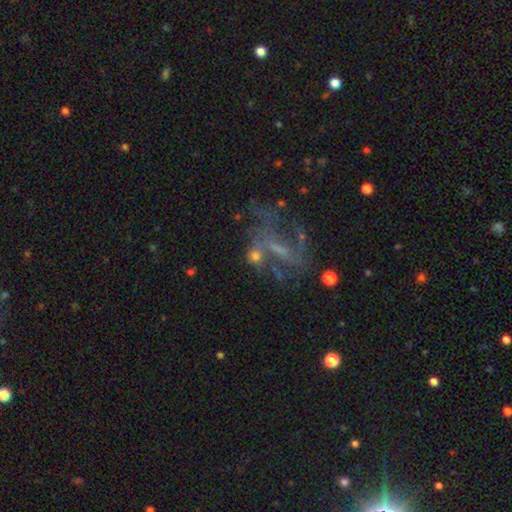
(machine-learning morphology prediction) Smooth or featured?
  - featured or disk: 52% *
  - smooth: 28%
  - star or artifact: 20%
Edge-on disk?
  - no: 93% *
  - yes: 7%
Merging?
  - none: 42% *
  - major disturbance: 25%
  - merger: 16%
  - minor disturbance: 16%